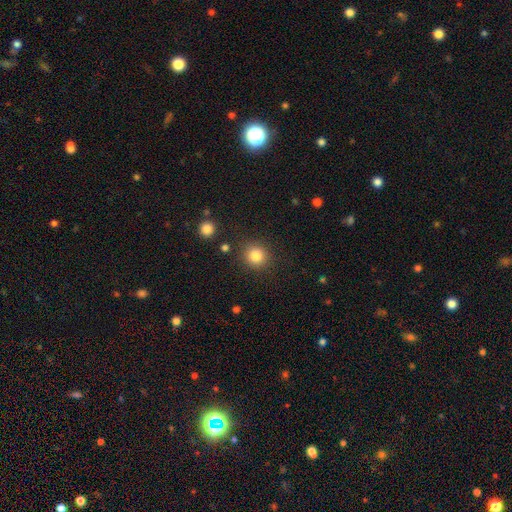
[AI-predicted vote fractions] This is clearly a smooth galaxy (83%). How rounded: clearly round (91%). Merging: clearly none (88%).